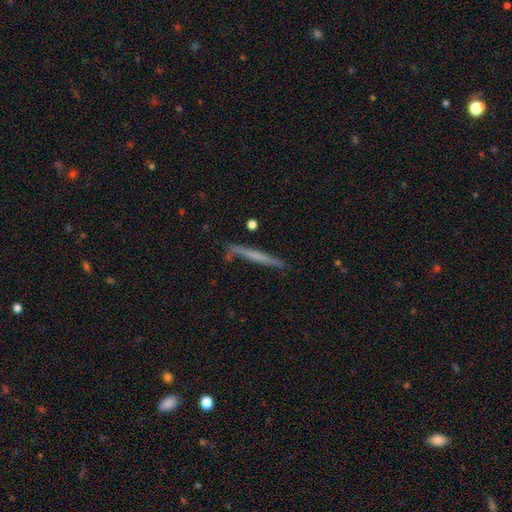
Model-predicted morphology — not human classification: This appears to be a featured or disk galaxy (48%). Merging: none (80%).